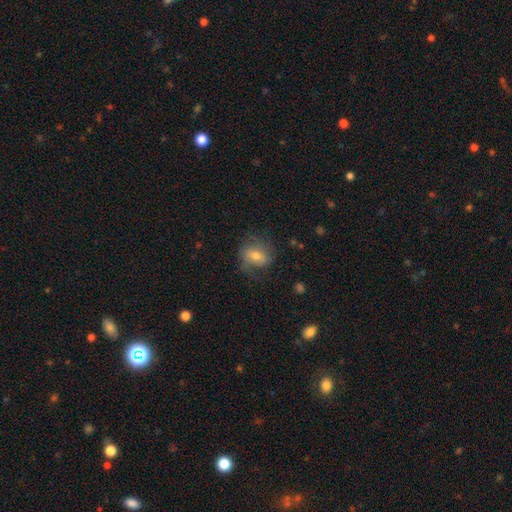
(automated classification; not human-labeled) Overall: smooth (54%; featured or disk 37%). How rounded: in between (53%; round 45%). Merging: none (60%; minor disturbance 22%).